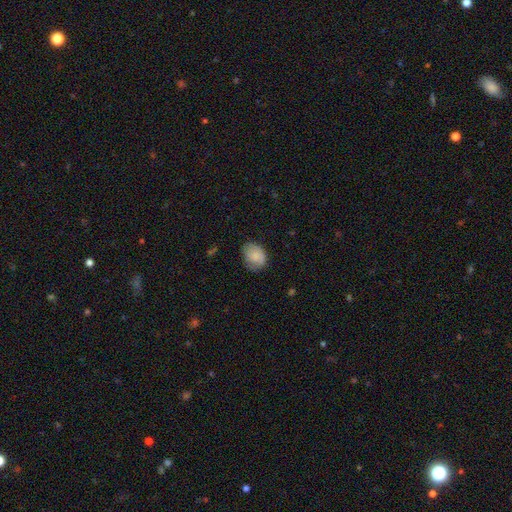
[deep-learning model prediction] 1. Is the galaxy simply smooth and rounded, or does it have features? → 83% smooth, 10% featured or disk, 7% star or artifact.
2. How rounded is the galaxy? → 65% in between, 34% round, 1% cigar-shaped.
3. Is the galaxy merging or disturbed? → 63% none, 29% minor disturbance, 7% major disturbance, 1% merger.